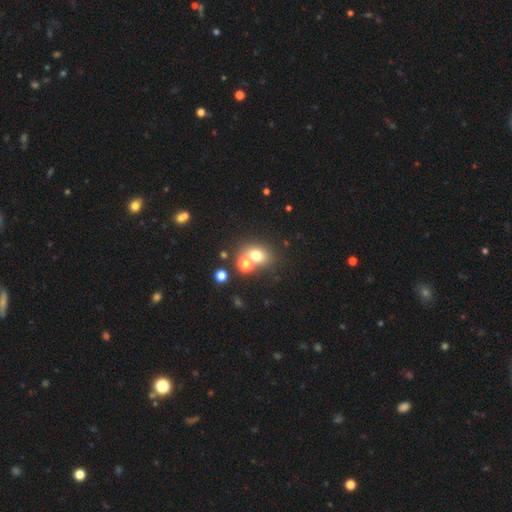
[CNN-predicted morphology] A smooth galaxy with no disk features (69%) that is round (55%). Merging: none (53%).